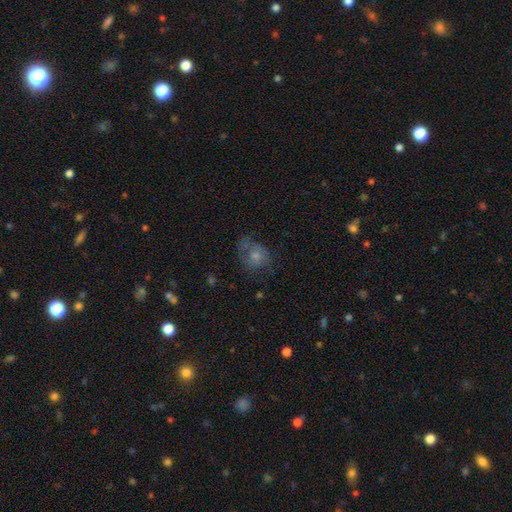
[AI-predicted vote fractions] Smooth or featured: smooth — 57% (featured or disk — 31%)
How rounded: round — 58% (in between — 41%)
Merging: none — 44% (minor disturbance — 26%)